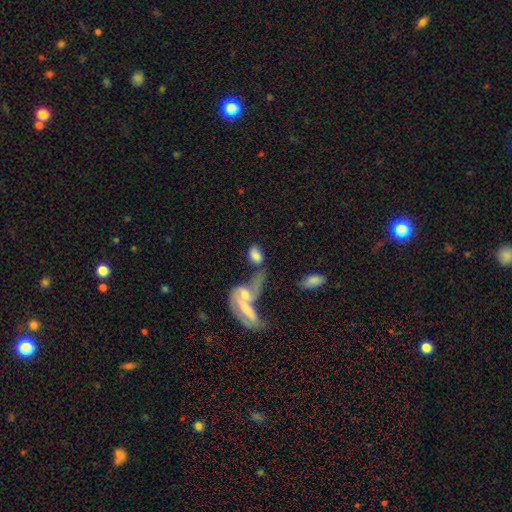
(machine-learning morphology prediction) Smooth or featured: smooth — 70% (featured or disk — 21%)
How rounded: in between — 88% (round — 7%)
Merging: merger — 49% (none — 25%)